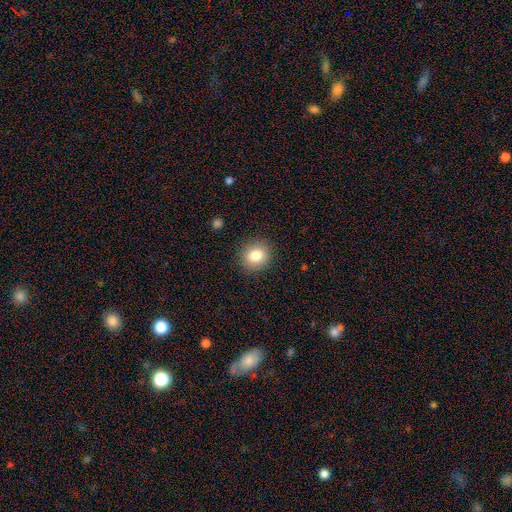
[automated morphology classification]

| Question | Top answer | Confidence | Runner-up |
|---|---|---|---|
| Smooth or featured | smooth | 83% | star or artifact (9%) |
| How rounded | round | 77% | in between (23%) |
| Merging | none | 89% | minor disturbance (8%) |